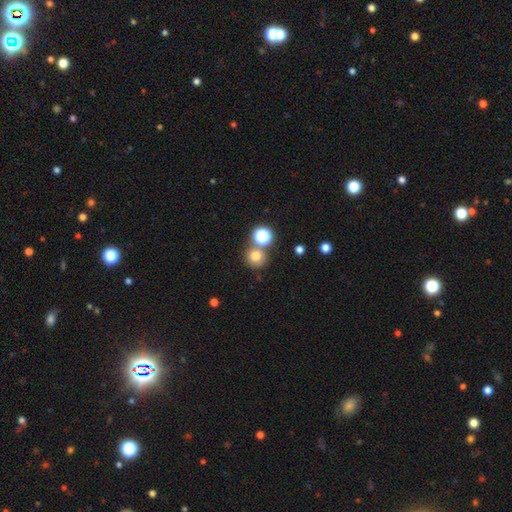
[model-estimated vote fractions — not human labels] Smooth or featured? smooth (76%)
How rounded? round (88%)
Merging? none (67%)